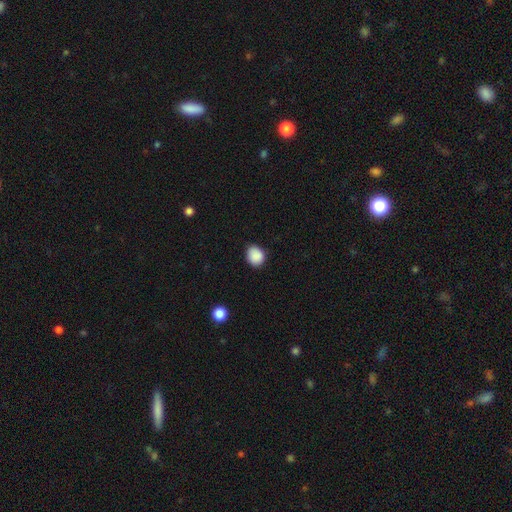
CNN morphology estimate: A smooth galaxy with no disk features (89%) that is round (62%). Merging: none (83%).